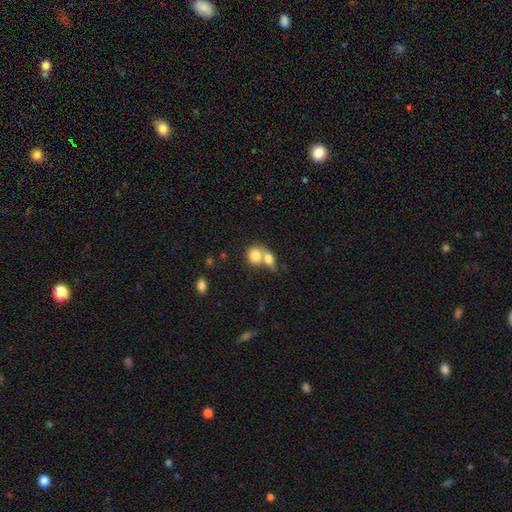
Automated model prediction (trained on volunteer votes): This appears to be a smooth galaxy with no disk features (79%) that is round (55%). Merging: merger (65%).